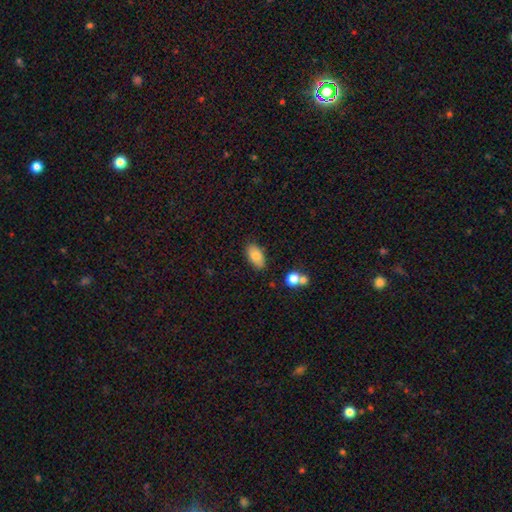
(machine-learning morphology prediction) Overall: smooth (79%). How rounded: in between (92%). Merging: none (80%).